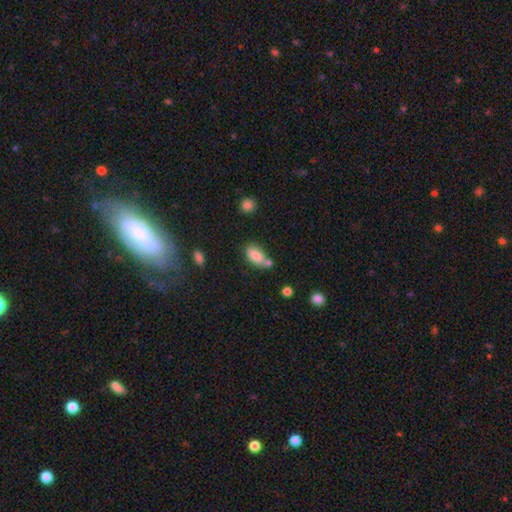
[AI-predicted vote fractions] A smooth galaxy with no disk features (83%) that is in between round and cigar-shaped (91%). Merging: none (52%).